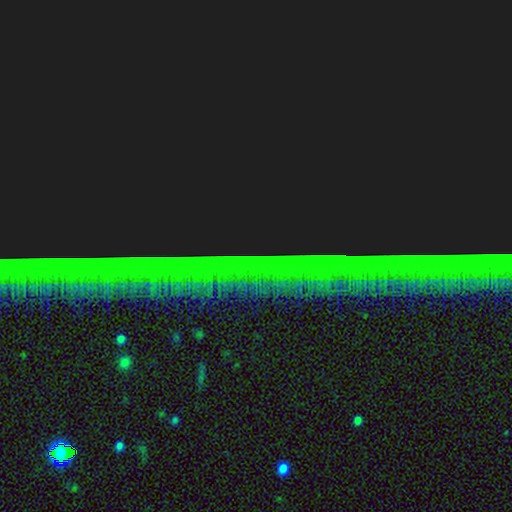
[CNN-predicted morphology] smooth-or-featured: star or artifact: 88% | featured or disk: 7% | smooth: 5%